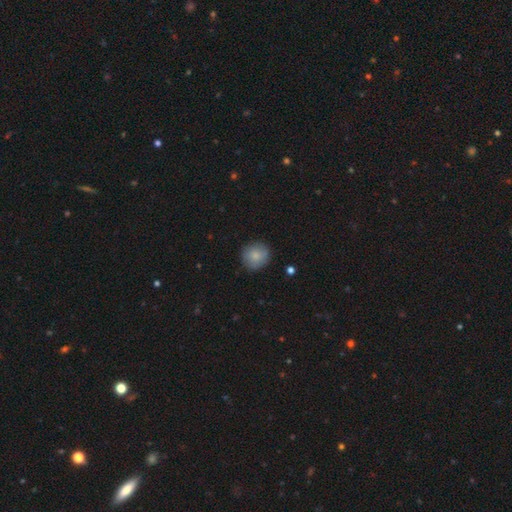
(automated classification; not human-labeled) Smooth or featured?
  - smooth: 82% *
  - featured or disk: 11%
  - star or artifact: 7%
How rounded?
  - round: 91% *
  - in between: 8%
  - cigar-shaped: 1%
Merging?
  - none: 84% *
  - minor disturbance: 12%
  - major disturbance: 3%
  - merger: 1%